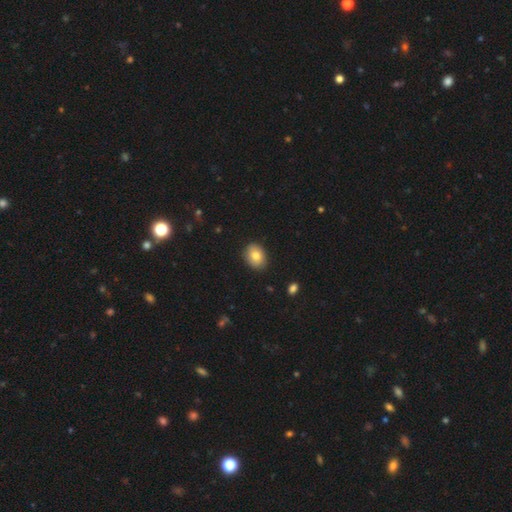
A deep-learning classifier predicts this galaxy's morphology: Q: Smooth or featured?
A: smooth (82%); runner-up: featured or disk (10%)
Q: How rounded?
A: in between (67%); runner-up: round (32%)
Q: Merging?
A: none (88%); runner-up: minor disturbance (9%)